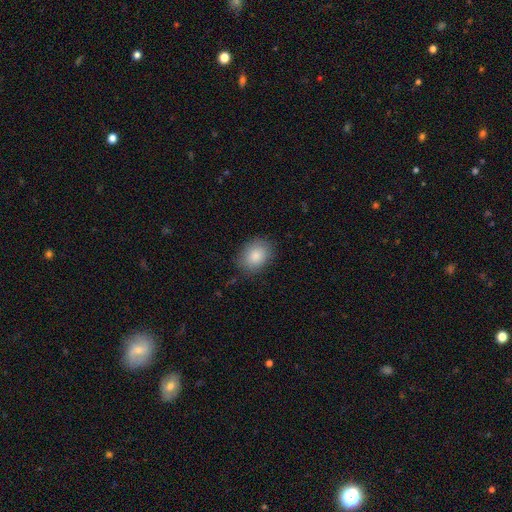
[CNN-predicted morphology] smooth_or_featured: smooth (p=0.86) [alt: featured or disk p=0.07]
how_rounded: in between (p=0.66) [alt: round p=0.33]
merging: none (p=0.80) [alt: minor disturbance p=0.15]